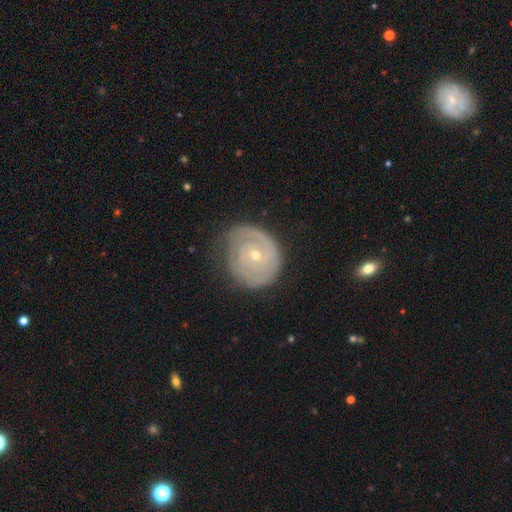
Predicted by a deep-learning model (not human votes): Smooth or featured? Predicted: featured or disk (p=0.77). Edge-on disk? Predicted: no (p=0.97). Bar? Predicted: no (p=0.77). Spiral arms? Predicted: yes (p=0.89). Spiral winding? Predicted: tight (p=0.77). Spiral arm count? Predicted: can't tell (p=0.39). Bulge size? Predicted: small (p=0.69). Merging? Predicted: none (p=0.67).